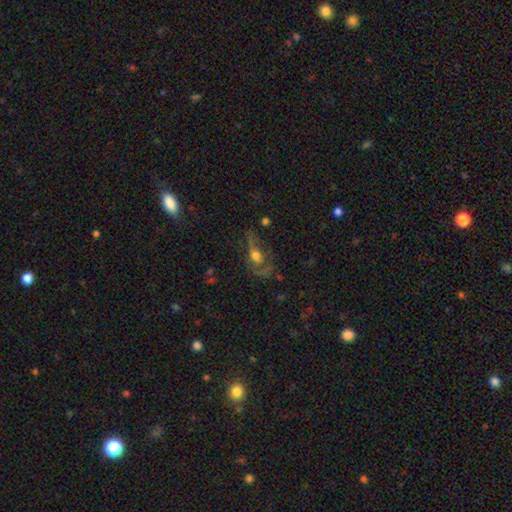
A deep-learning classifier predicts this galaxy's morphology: This appears to be a featured or disk galaxy (53%). Merging: none (39%).